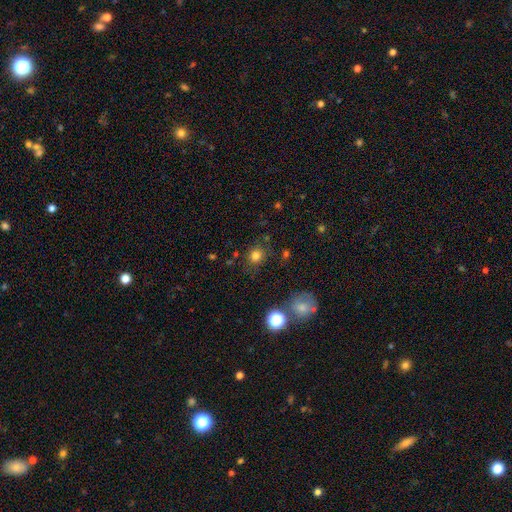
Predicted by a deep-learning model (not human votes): Q: Smooth or featured?
A: smooth (78%); runner-up: star or artifact (16%)
Q: How rounded?
A: round (84%); runner-up: in between (15%)
Q: Merging?
A: none (81%); runner-up: minor disturbance (11%)